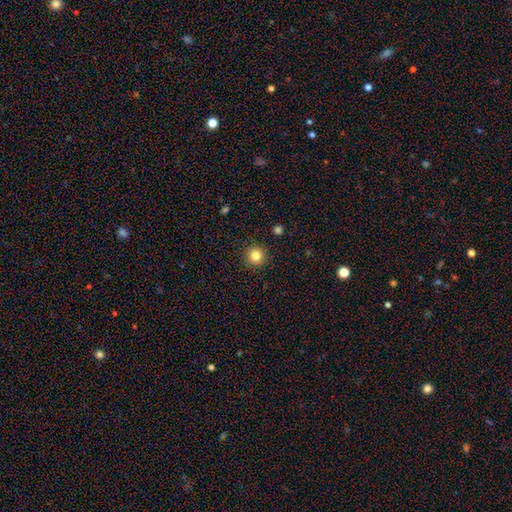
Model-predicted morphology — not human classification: type=smooth (82%); roundness=round (95%); merging=none (92%).